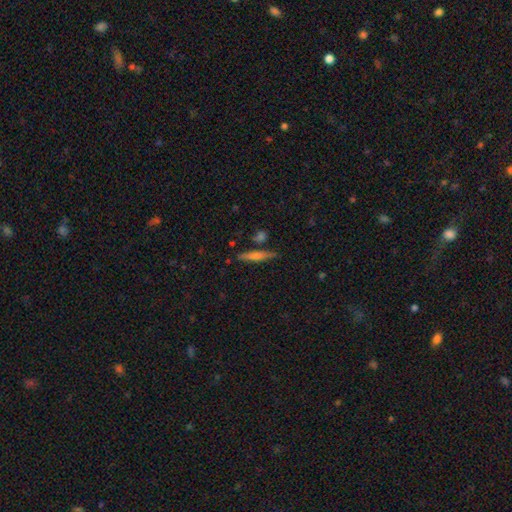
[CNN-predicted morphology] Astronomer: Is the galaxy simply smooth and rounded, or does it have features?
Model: featured or disk — 55% (runner-up: smooth, 37%).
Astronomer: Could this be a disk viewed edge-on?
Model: yes — 96%.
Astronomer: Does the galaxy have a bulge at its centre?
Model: rounded — 76%.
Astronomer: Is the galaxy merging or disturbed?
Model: none — 82%.